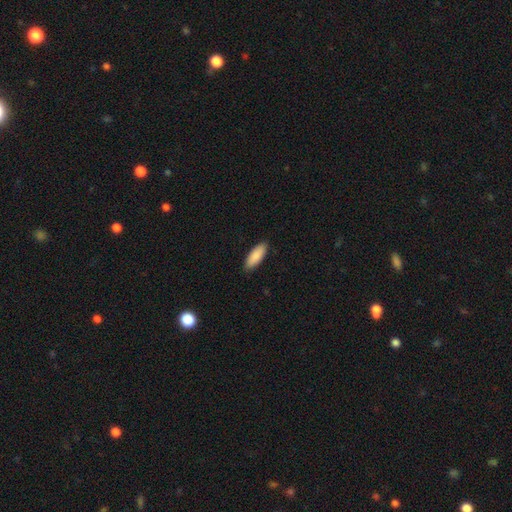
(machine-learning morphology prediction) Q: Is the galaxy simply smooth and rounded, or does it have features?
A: smooth — 89%.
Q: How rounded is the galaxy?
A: in between — 72%.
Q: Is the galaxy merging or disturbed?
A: none — 89%.